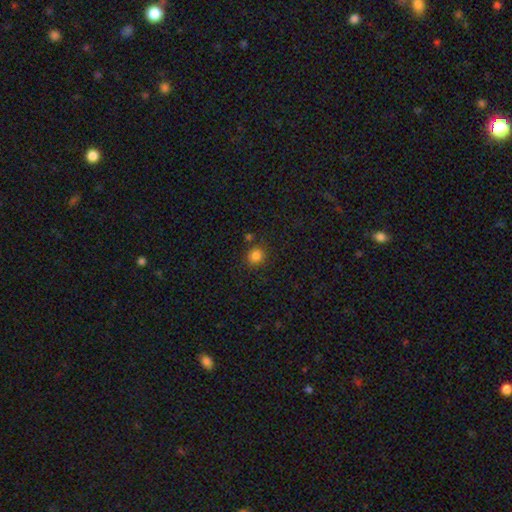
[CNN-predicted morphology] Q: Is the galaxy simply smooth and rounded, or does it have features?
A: smooth — 83%.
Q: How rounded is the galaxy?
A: round — 84%.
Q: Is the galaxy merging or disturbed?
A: none — 81%.